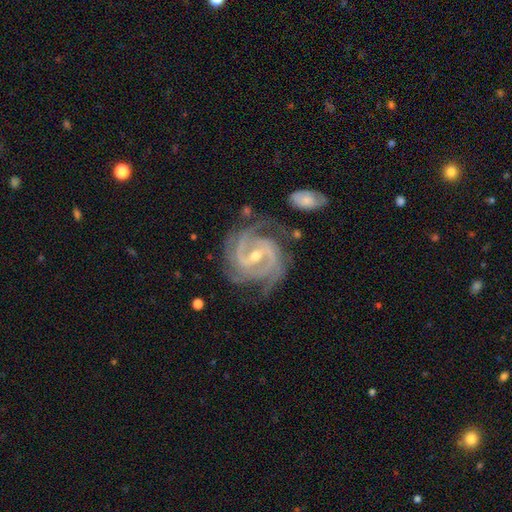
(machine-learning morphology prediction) Smooth or featured? Predicted: featured or disk (p=0.93). Edge-on disk? Predicted: no (p=0.97). Bar? Predicted: strong (p=0.43). Spiral arms? Predicted: yes (p=0.98). Spiral winding? Predicted: tight (p=0.55). Spiral arm count? Predicted: 2 (p=0.44). Bulge size? Predicted: moderate (p=0.49, tied with small). Merging? Predicted: none (p=0.68).